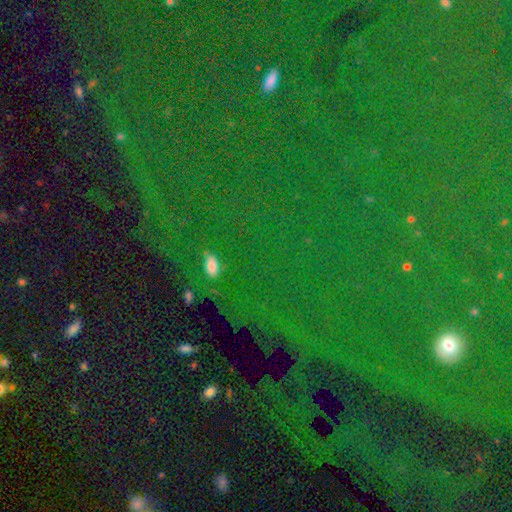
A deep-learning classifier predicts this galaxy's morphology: Smooth or featured: star or artifact — 80% (smooth — 11%)